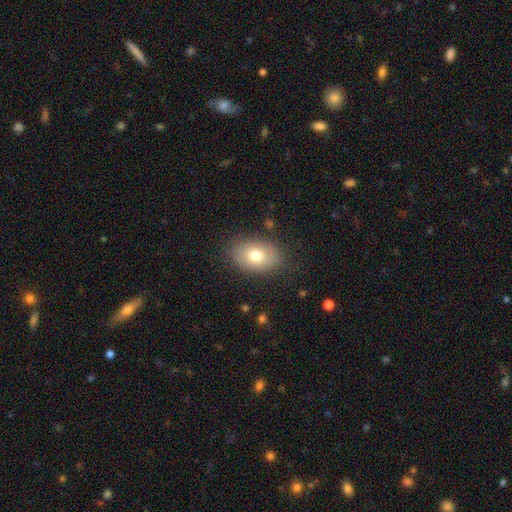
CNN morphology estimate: Smooth or featured? Predicted: smooth (p=0.73). How rounded? Predicted: in between (p=0.81). Merging? Predicted: none (p=0.81).